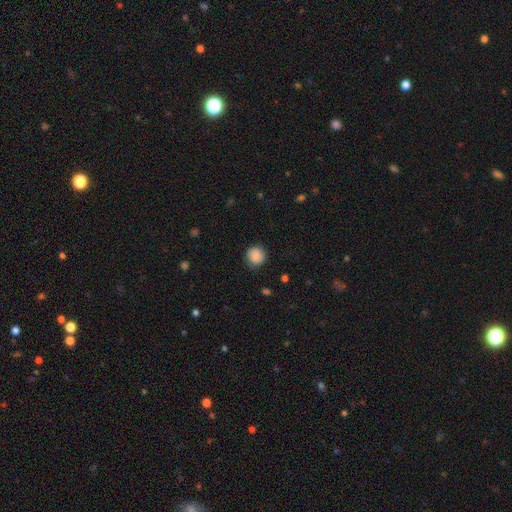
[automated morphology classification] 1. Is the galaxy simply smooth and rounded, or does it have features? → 87% smooth, 8% star or artifact, 5% featured or disk.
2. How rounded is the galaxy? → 92% round, 7% in between, 1% cigar-shaped.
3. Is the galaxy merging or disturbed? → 87% none, 10% minor disturbance, 3% major disturbance, 1% merger.